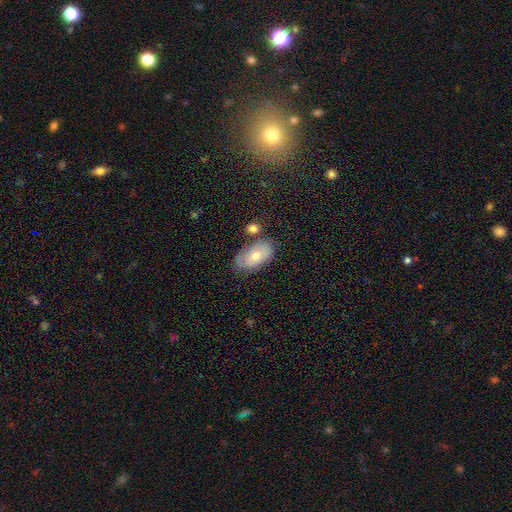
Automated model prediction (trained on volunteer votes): Morphology: type=smooth (63%); roundness=in between (92%); merging=none (65%).